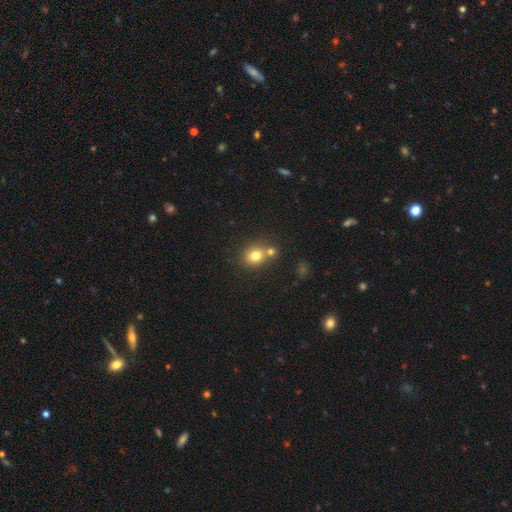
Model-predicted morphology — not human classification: Smooth or featured?
  - smooth: 77% *
  - star or artifact: 13%
  - featured or disk: 10%
How rounded?
  - round: 74% *
  - in between: 26%
  - cigar-shaped: 1%
Merging?
  - none: 59% *
  - merger: 29%
  - minor disturbance: 9%
  - major disturbance: 3%